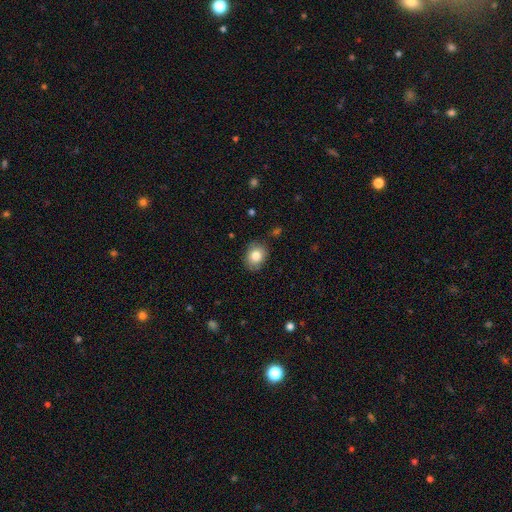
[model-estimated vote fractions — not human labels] Morphology: type=smooth (82%); roundness=round (51%); merging=none (83%).